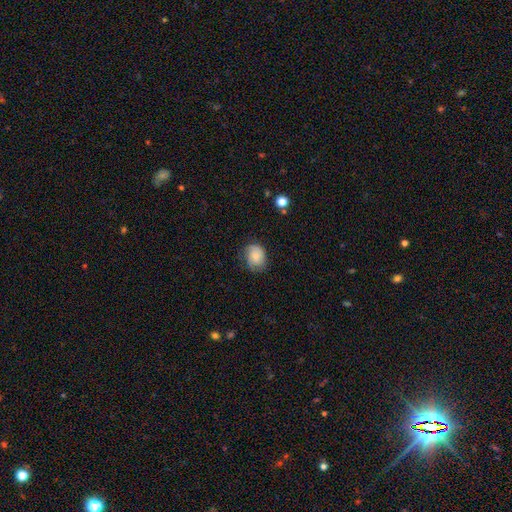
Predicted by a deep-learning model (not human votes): This appears to be a smooth galaxy with no disk features (68%) that is round (54%). Merging: none (65%).